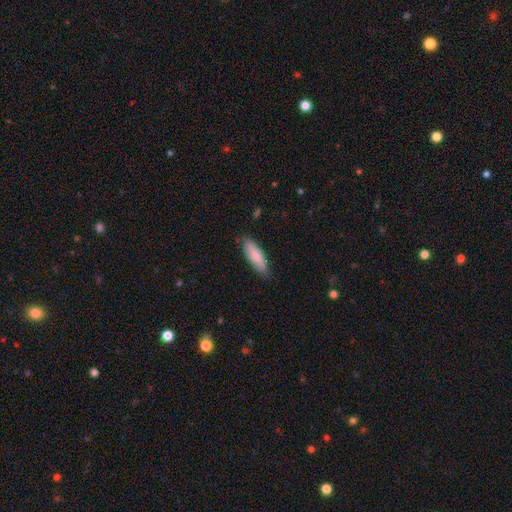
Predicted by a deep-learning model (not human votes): Smooth or featured? smooth (80%)
How rounded? in between (58%)
Merging? none (81%)